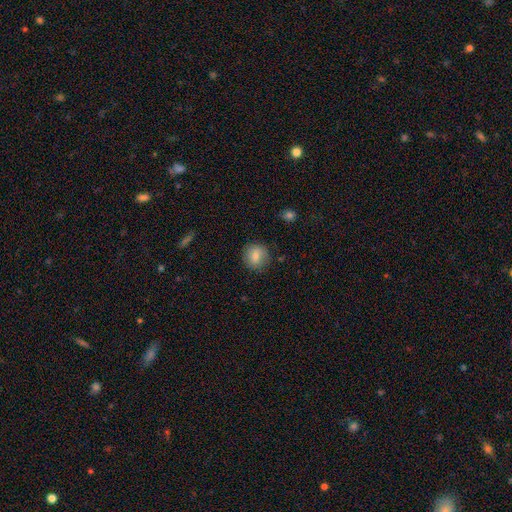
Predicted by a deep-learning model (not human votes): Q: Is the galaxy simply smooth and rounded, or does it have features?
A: smooth — 79%.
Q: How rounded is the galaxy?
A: round — 86%.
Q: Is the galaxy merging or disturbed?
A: none — 85%.